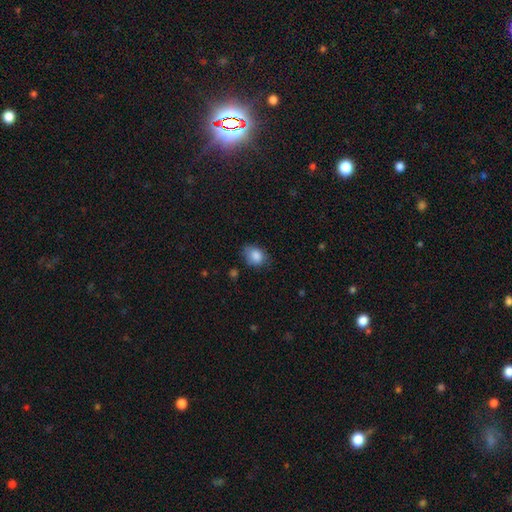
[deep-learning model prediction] This appears to be a smooth galaxy with no disk features (85%) that is in between round and cigar-shaped (62%). Merging: none (63%).